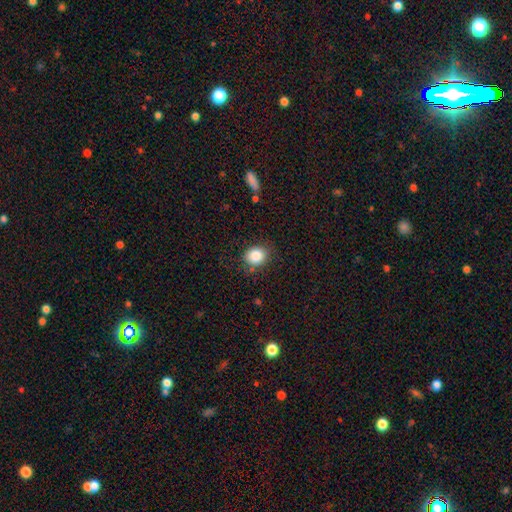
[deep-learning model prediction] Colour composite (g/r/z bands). It shows a smooth galaxy with no disk features (86%) that is round (66%). Merging: none (81%).